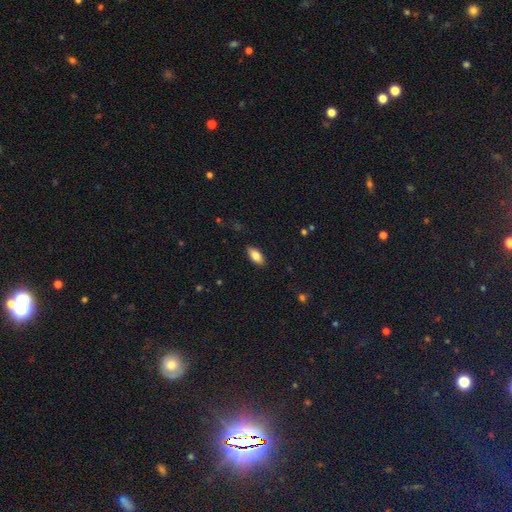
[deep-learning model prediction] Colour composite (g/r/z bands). It shows a smooth galaxy with no disk features (82%) that is in between round and cigar-shaped (88%). Merging: none (88%).